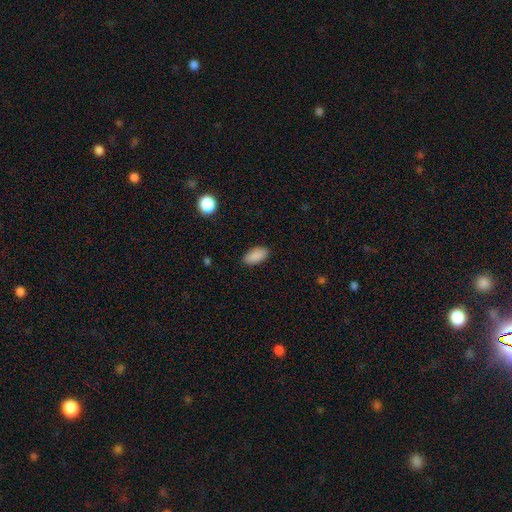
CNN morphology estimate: The model was most divided on "merging": none: 88%, minor disturbance: 9%, major disturbance: 2%, merger: 1%. More confident: how rounded — in between (93%); smooth or featured — smooth (89%).